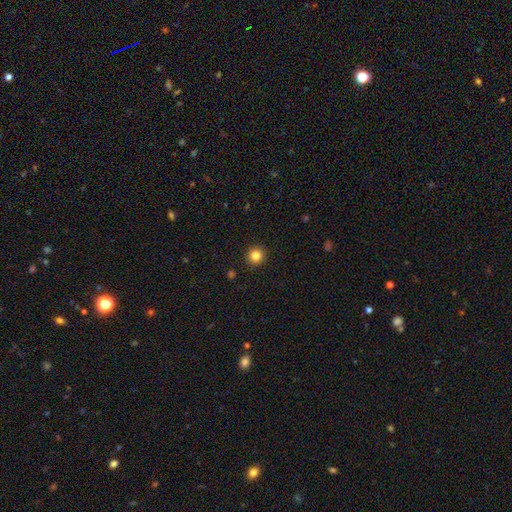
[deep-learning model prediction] Overall: smooth (83%). How rounded: round (95%). Merging: none (93%).